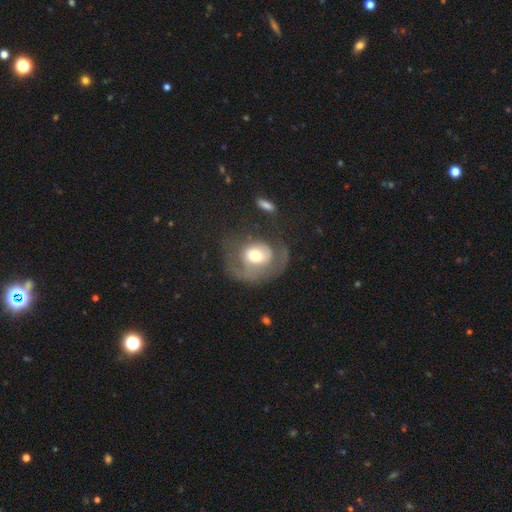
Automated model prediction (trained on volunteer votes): Morphology: type=featured or disk (50%); merging=major disturbance (40%).